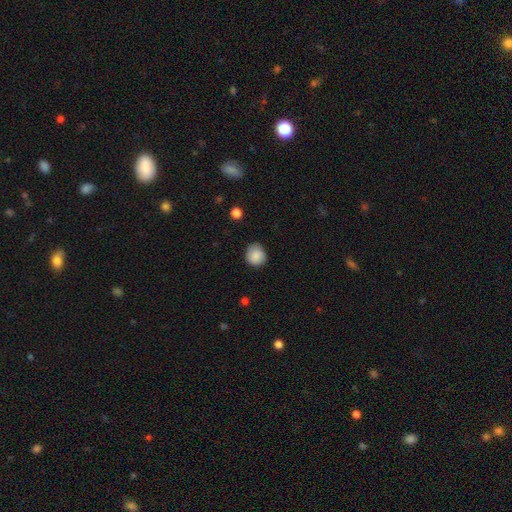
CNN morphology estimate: Smooth or featured: smooth — 86% (star or artifact — 8%)
How rounded: round — 78% (in between — 21%)
Merging: none — 75% (minor disturbance — 20%)